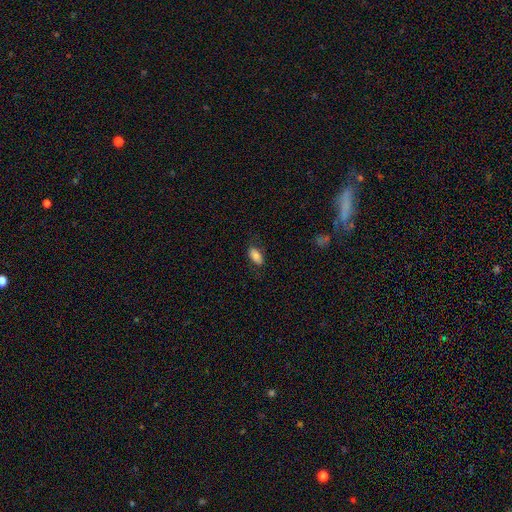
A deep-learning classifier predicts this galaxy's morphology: type=smooth (82%); roundness=in between (92%); merging=none (79%).